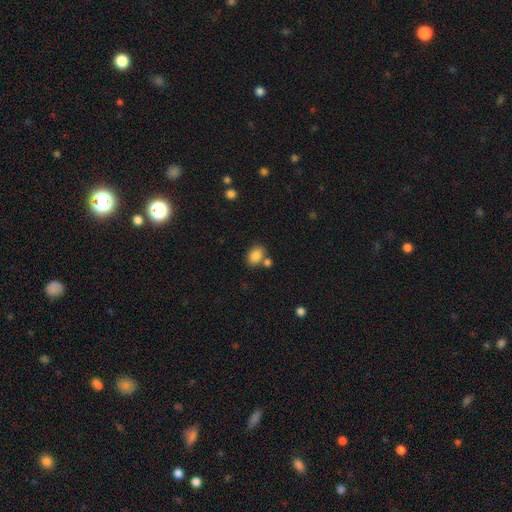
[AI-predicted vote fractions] This appears to be a smooth galaxy with no disk features (85%) that is in between round and cigar-shaped (72%). Merging: none (64%).